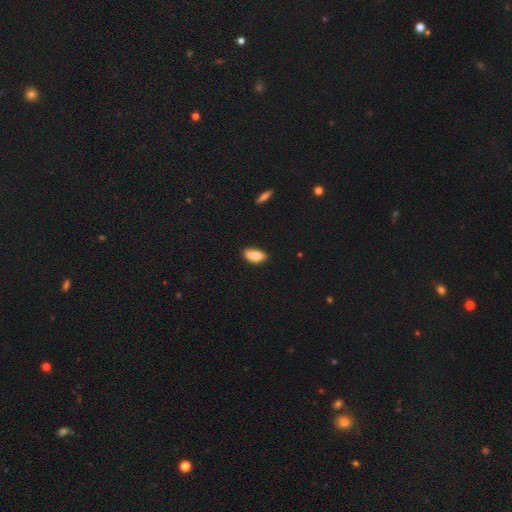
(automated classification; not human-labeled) Morphology: type=smooth (76%); roundness=in between (86%); merging=none (59%).